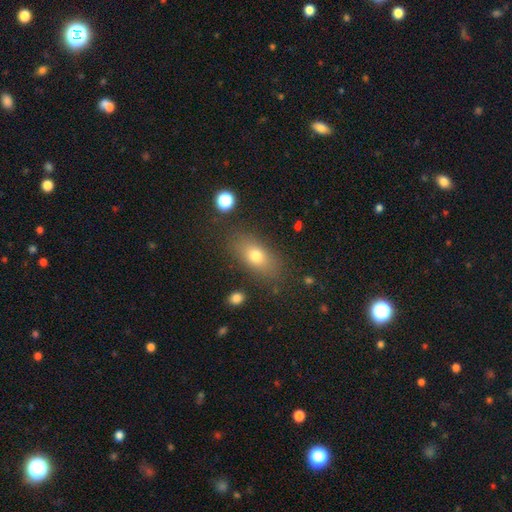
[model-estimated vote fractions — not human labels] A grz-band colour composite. It shows a smooth galaxy with no disk features (72%) that is in between round and cigar-shaped (79%). Merging: none (81%).